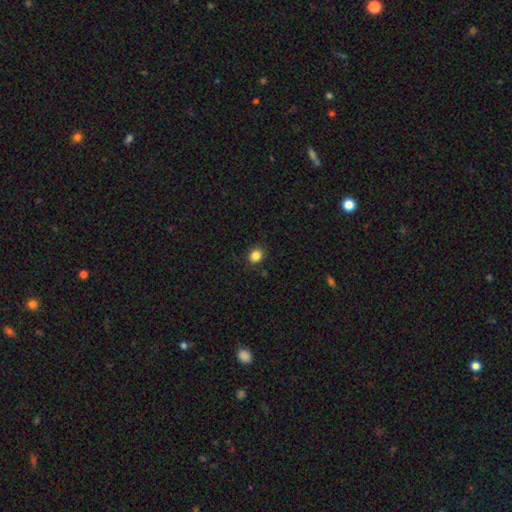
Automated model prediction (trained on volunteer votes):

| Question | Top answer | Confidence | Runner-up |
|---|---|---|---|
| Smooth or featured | smooth | 85% | star or artifact (11%) |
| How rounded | round | 62% | in between (37%) |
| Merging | none | 88% | minor disturbance (8%) |